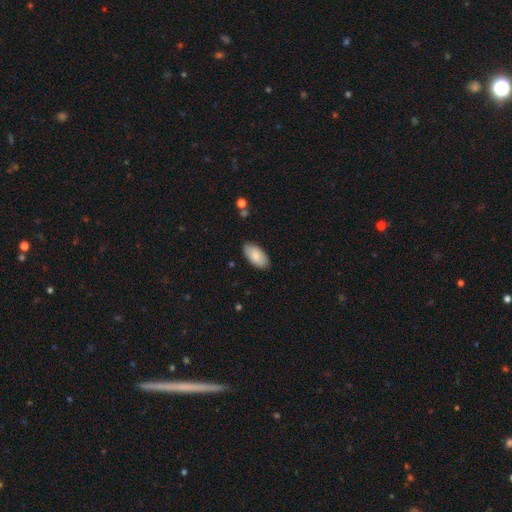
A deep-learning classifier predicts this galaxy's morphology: Smooth or featured? smooth (85%)
How rounded? in between (95%)
Merging? none (87%)